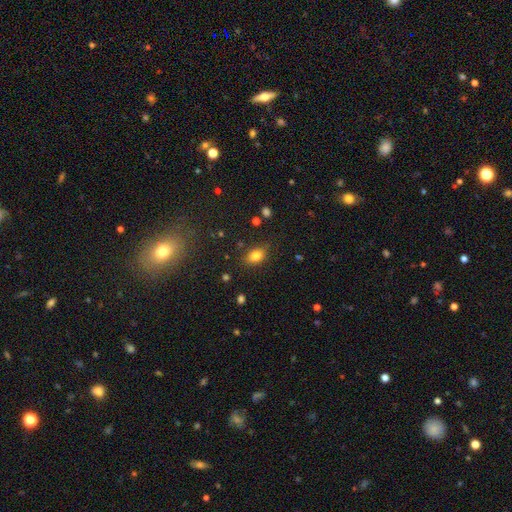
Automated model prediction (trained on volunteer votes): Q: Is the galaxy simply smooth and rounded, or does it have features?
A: smooth — 80%.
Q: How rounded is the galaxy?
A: in between — 79%.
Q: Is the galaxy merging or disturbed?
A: none — 80%.